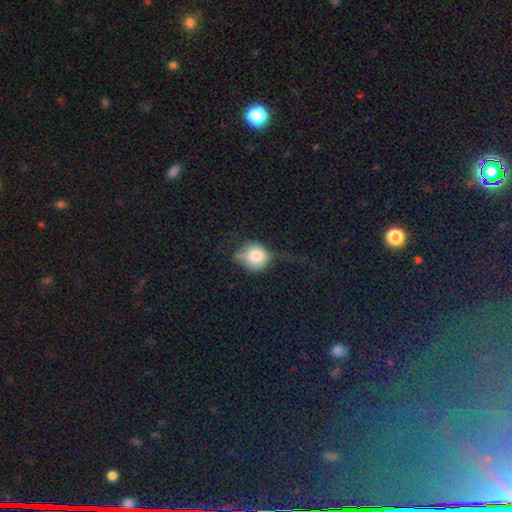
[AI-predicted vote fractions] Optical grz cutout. It shows a smooth galaxy with no disk features (68%) that is round (81%). Merging: none (41%).